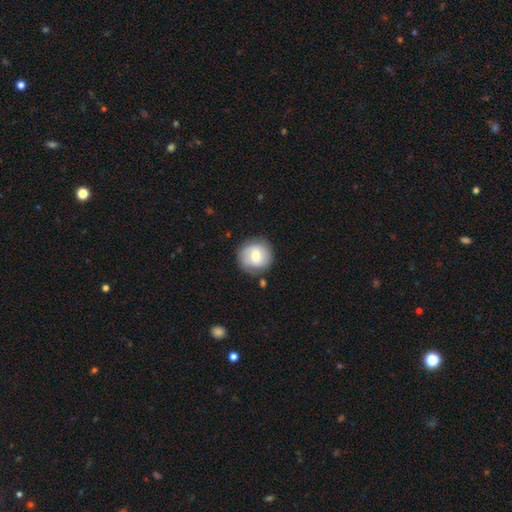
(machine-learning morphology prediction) type=smooth (61%); roundness=round (92%); merging=none (81%).